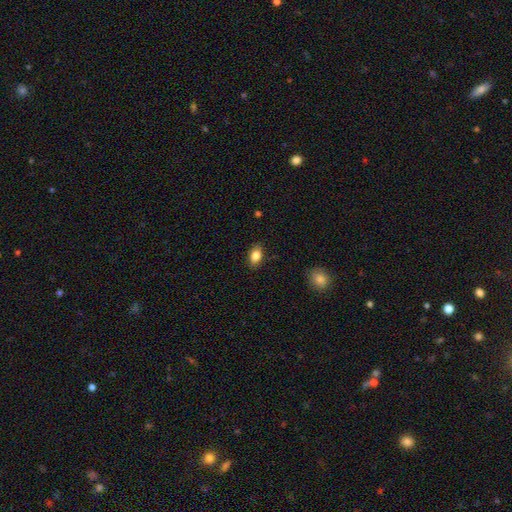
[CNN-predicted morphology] smooth_or_featured: smooth (p=0.84) [alt: star or artifact p=0.08]
how_rounded: in between (p=0.85) [alt: round p=0.12]
merging: none (p=0.85) [alt: minor disturbance p=0.11]